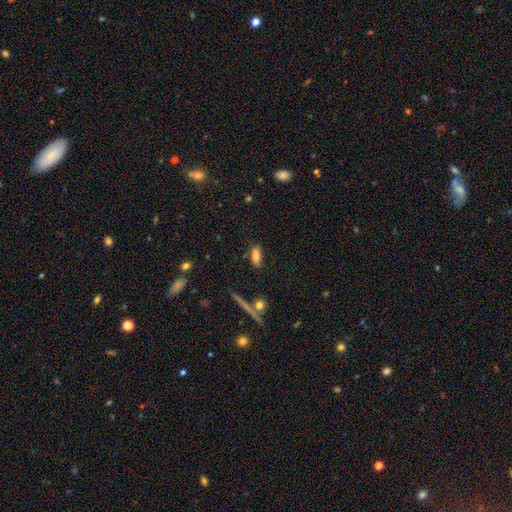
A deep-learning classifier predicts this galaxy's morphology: The model was most divided on "smooth or featured": smooth: 78%, featured or disk: 13%, star or artifact: 9%. More confident: how rounded — in between (85%); merging — none (80%).